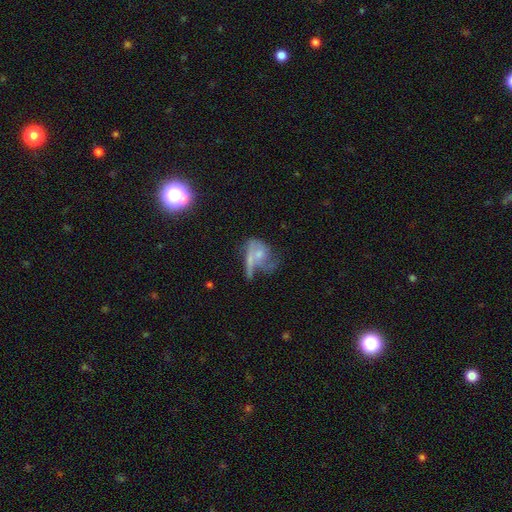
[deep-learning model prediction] This is possibly a featured or disk galaxy (51%). It is clearly not viewed edge-on (93%). Merging: marginally none (29%).